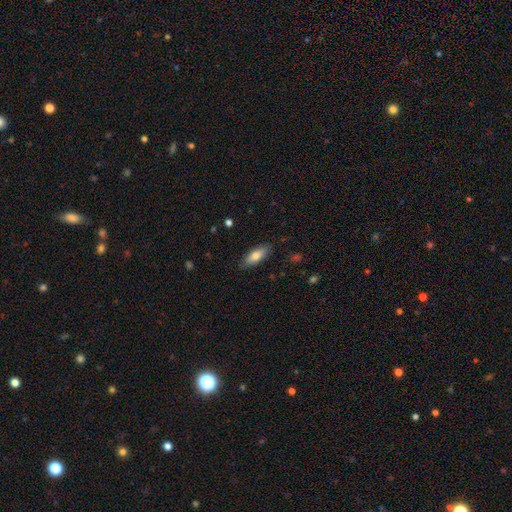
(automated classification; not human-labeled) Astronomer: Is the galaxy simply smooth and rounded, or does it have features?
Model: smooth — 76%.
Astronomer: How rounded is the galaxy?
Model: in between — 69%.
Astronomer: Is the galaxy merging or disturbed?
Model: none — 85%.